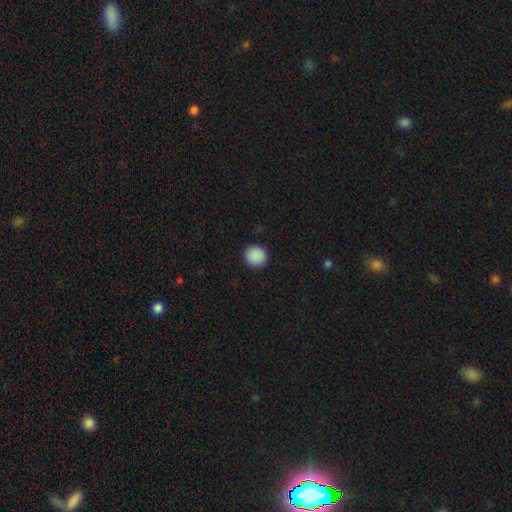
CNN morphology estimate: A smooth galaxy with no disk features (90%) that is round (90%).

Vote fractions:
- Smooth or featured? smooth: 90% / star or artifact: 8% / featured or disk: 2%
- How rounded? round: 90% / in between: 9% / cigar-shaped: 1%
- Merging? none: 92% / minor disturbance: 6% / major disturbance: 2% / merger: 1%